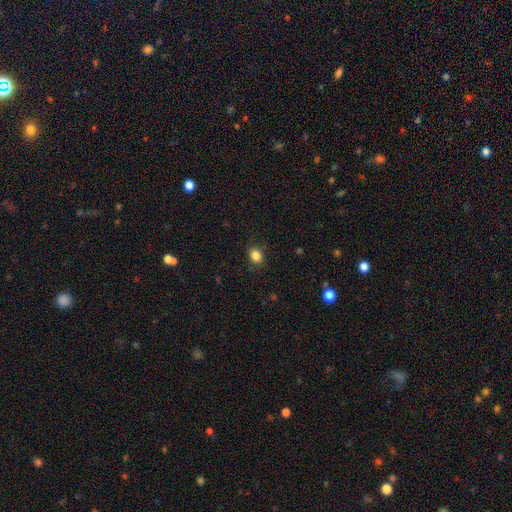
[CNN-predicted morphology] A smooth galaxy with no disk features (85%) that is round (54%).

Vote fractions:
- Smooth or featured? smooth: 85% / star or artifact: 10% / featured or disk: 5%
- How rounded? round: 54% / in between: 45% / cigar-shaped: 1%
- Merging? none: 84% / minor disturbance: 11% / major disturbance: 3% / merger: 1%